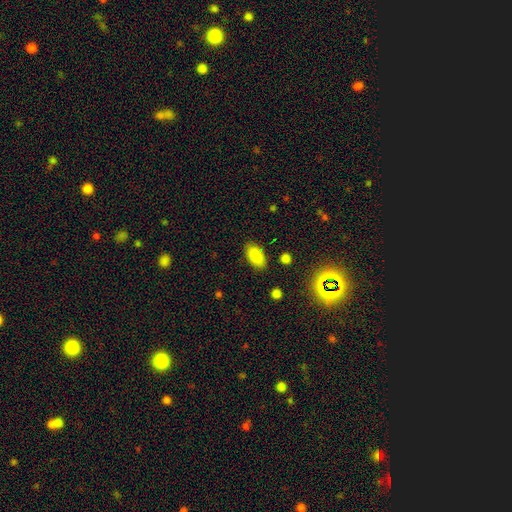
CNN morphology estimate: The model was most divided on "merging": none: 84%, minor disturbance: 11%, major disturbance: 3%, merger: 2%. More confident: how rounded — in between (92%); smooth or featured — smooth (85%).